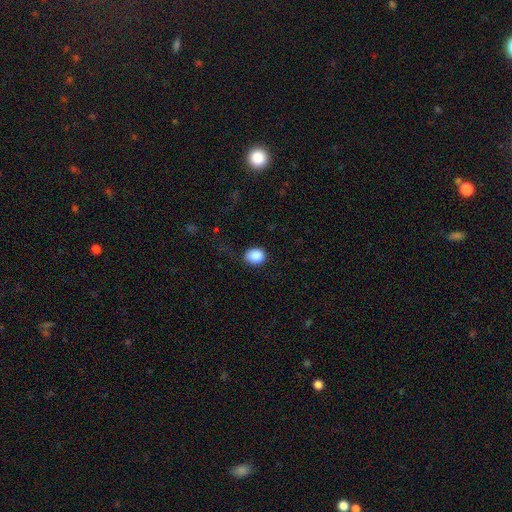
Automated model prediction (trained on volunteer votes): smooth_or_featured: smooth (p=0.88) [alt: star or artifact p=0.08]
how_rounded: round (p=0.56) [alt: in between p=0.43]
merging: none (p=0.75) [alt: minor disturbance p=0.18]